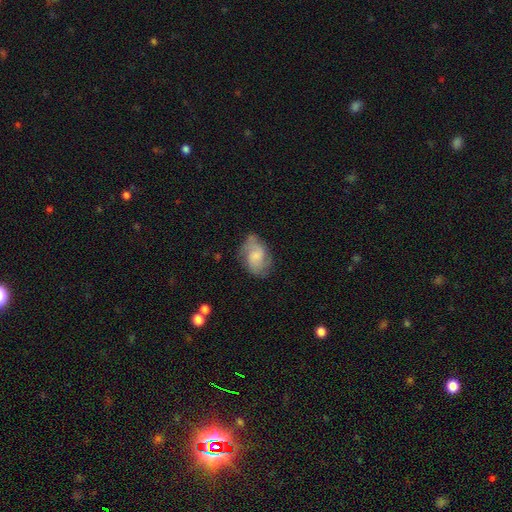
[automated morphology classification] smooth_or_featured: featured or disk (p=0.52) [alt: smooth p=0.40]
disk_edge_on: no (p=0.97) [alt: yes p=0.03]
bar: no (p=0.61) [alt: weak p=0.34]
has_spiral_arms: yes (p=0.86) [alt: no p=0.14]
bulge_size: small (p=0.37) [alt: moderate p=0.28]
merging: none (p=0.61) [alt: minor disturbance p=0.26]